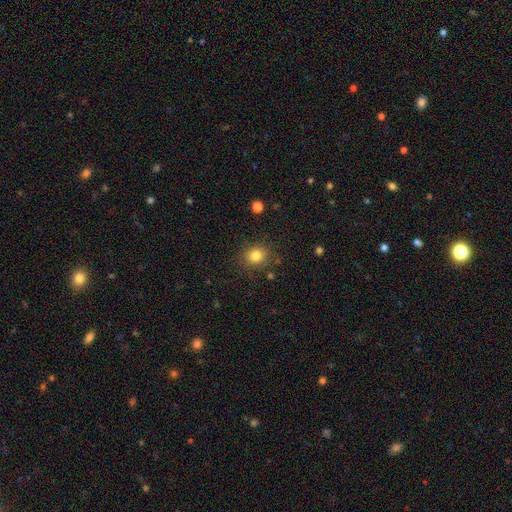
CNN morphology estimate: Q: Smooth or featured?
A: smooth (81%); runner-up: star or artifact (12%)
Q: How rounded?
A: round (73%); runner-up: in between (26%)
Q: Merging?
A: none (84%); runner-up: minor disturbance (11%)